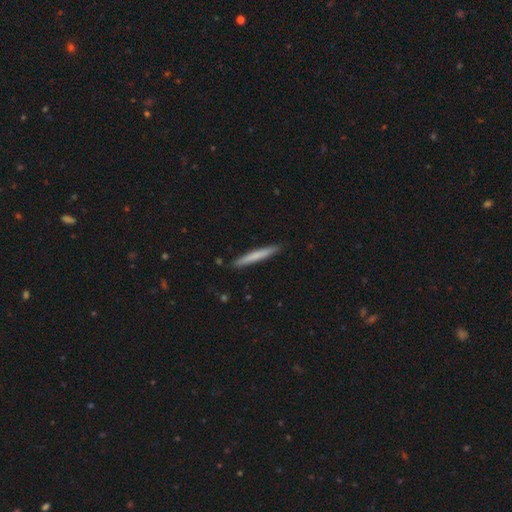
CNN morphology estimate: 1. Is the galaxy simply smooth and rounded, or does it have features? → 69% smooth, 25% featured or disk, 5% star or artifact.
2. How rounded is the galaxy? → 97% cigar-shaped, 2% in between, 1% round.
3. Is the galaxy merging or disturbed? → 91% none, 6% minor disturbance, 1% major disturbance, 1% merger.